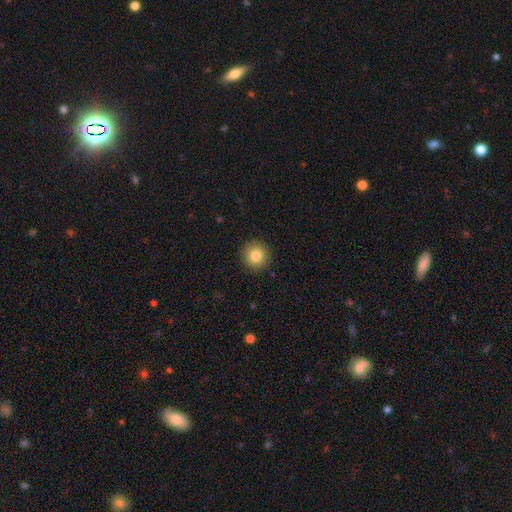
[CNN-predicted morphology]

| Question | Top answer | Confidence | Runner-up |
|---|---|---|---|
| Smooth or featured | smooth | 83% | star or artifact (9%) |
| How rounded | round | 94% | in between (5%) |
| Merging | none | 92% | minor disturbance (5%) |